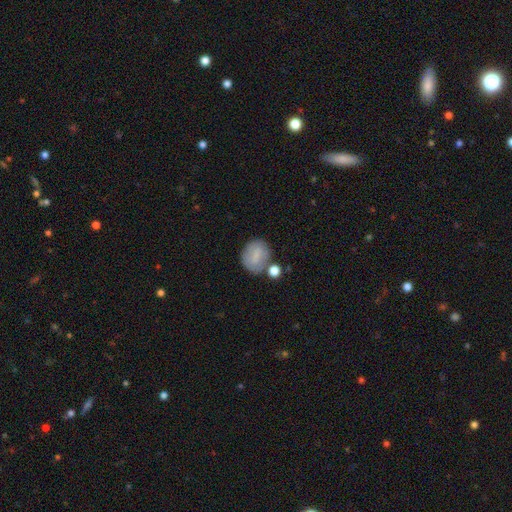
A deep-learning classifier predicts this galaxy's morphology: A smooth galaxy with no disk features (73%) that is round (61%).

Vote fractions:
- Smooth or featured? smooth: 73% / featured or disk: 19% / star or artifact: 8%
- How rounded? round: 61% / in between: 38% / cigar-shaped: 1%
- Merging? none: 59% / minor disturbance: 19% / merger: 15% / major disturbance: 7%